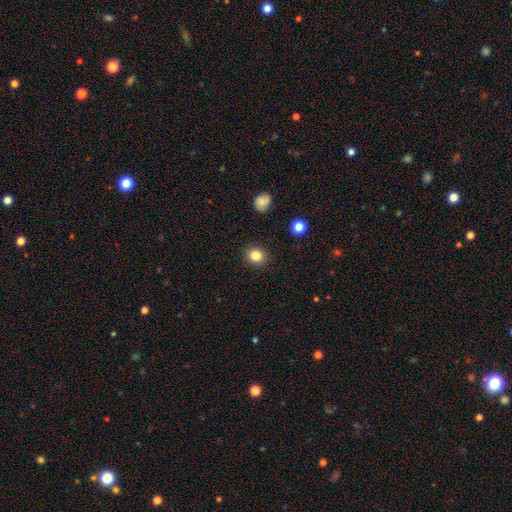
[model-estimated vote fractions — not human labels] The model was most divided on "how rounded": round: 82%, in between: 17%, cigar-shaped: 1%. More confident: merging — none (90%); smooth or featured — smooth (84%).